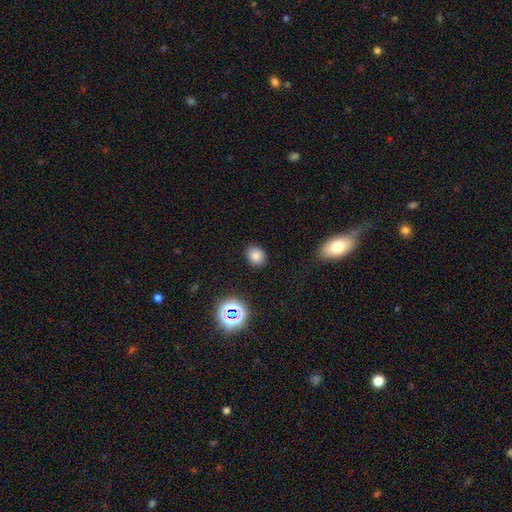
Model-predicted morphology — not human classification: smooth-or-featured: smooth: 78% | star or artifact: 15% | featured or disk: 7%
  how-rounded: in between: 52% | round: 47% | cigar-shaped: 1%
  merging: none: 88% | minor disturbance: 8% | major disturbance: 2% | merger: 1%